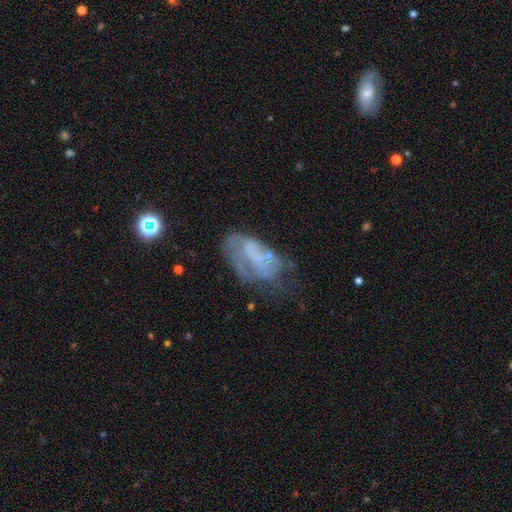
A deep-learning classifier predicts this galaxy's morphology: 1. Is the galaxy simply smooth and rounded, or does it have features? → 56% featured or disk, 29% smooth, 15% star or artifact.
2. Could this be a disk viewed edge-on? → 95% no, 5% yes.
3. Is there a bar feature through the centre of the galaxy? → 73% no, 19% weak, 8% strong.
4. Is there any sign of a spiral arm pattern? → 67% no, 33% yes.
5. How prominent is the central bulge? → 67% none, 20% small, 9% moderate, 3% large, 1% dominant.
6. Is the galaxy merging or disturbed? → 36% none, 31% major disturbance, 27% minor disturbance, 7% merger.